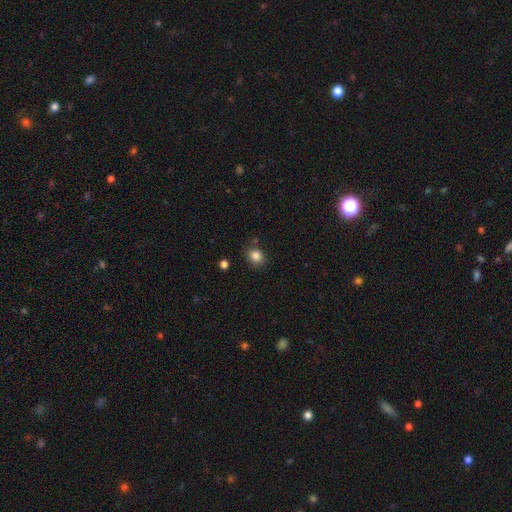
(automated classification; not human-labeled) smooth 85%, star or artifact 11%, featured or disk 5%. Down the decision tree: how rounded — round (60%); merging — none (79%).